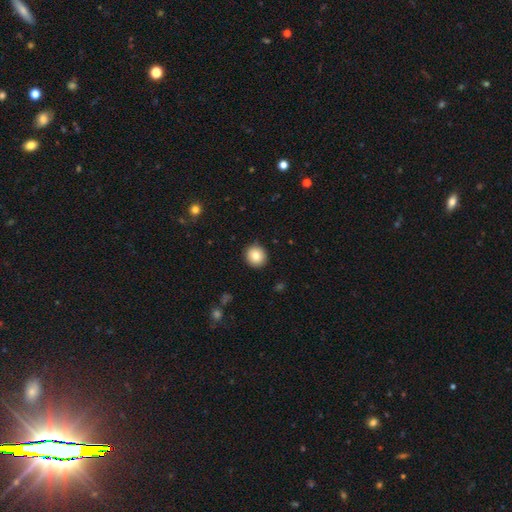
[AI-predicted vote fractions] smooth_or_featured: smooth (p=0.83) [alt: star or artifact p=0.09]
how_rounded: round (p=0.90) [alt: in between p=0.09]
merging: none (p=0.90) [alt: minor disturbance p=0.07]